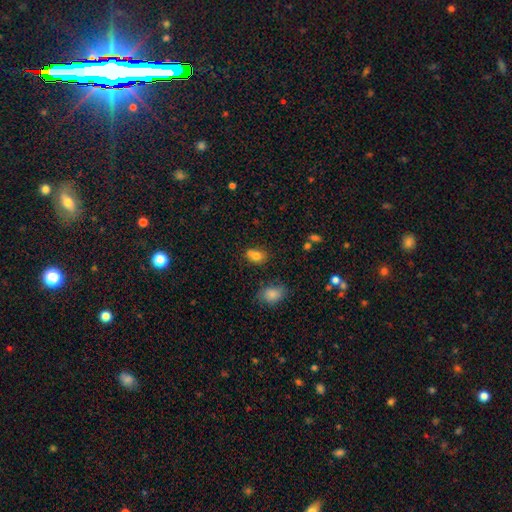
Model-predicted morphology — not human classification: smooth_or_featured: smooth (p=0.77) [alt: star or artifact p=0.12]
how_rounded: in between (p=0.58) [alt: round p=0.40]
merging: none (p=0.43) [alt: merger p=0.36]